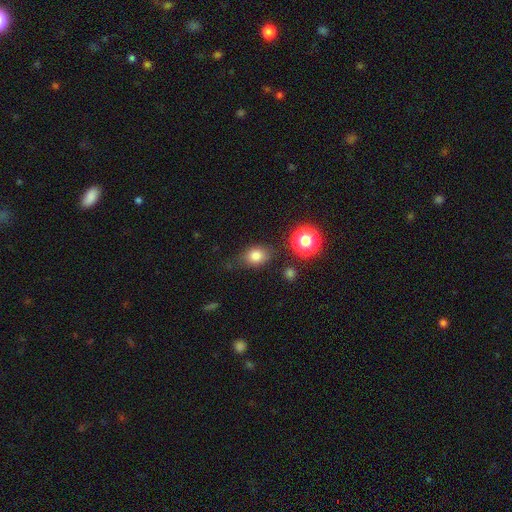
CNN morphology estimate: Smooth or featured? smooth (78%)
How rounded? in between (57%)
Merging? none (72%)